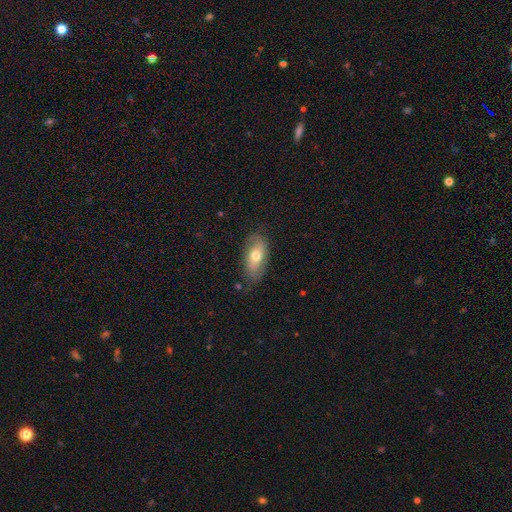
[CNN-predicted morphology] Q: Smooth or featured?
A: smooth (61%); runner-up: featured or disk (32%)
Q: How rounded?
A: in between (86%); runner-up: cigar-shaped (9%)
Q: Merging?
A: none (70%); runner-up: minor disturbance (22%)